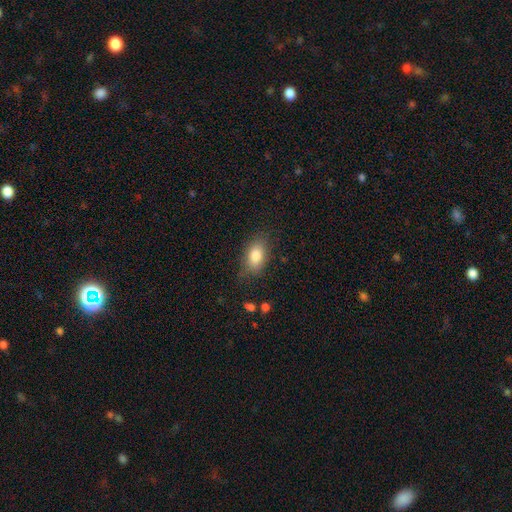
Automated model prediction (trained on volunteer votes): Morphology: type=smooth (82%); roundness=in between (88%); merging=none (78%).